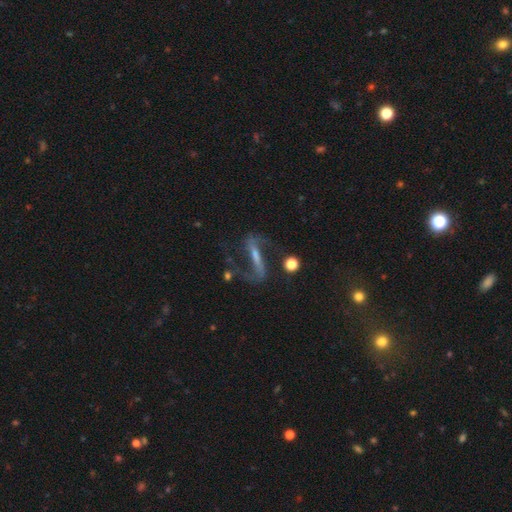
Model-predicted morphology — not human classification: type=featured or disk (78%); edge-on=no (78%); bar=strong (61%); spiral arms=yes (90%); winding=loose (67%); arm count=2 (90%); bulge=small (48%); merging=none (59%).